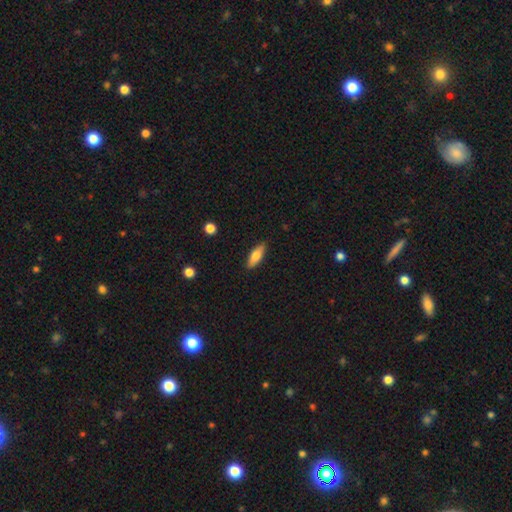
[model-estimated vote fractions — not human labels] A smooth galaxy with no disk features (74%) that is in between round and cigar-shaped (61%).

Vote fractions:
- Smooth or featured? smooth: 74% / featured or disk: 19% / star or artifact: 6%
- How rounded? in between: 61% / cigar-shaped: 36% / round: 2%
- Merging? none: 88% / minor disturbance: 9% / major disturbance: 2% / merger: 1%